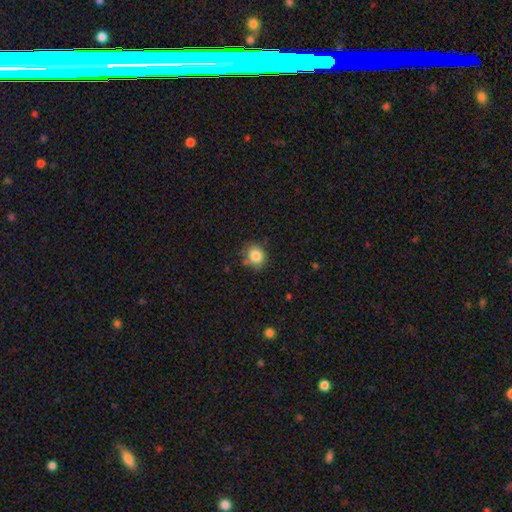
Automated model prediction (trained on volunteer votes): smooth 83%, star or artifact 10%, featured or disk 7%. Down the decision tree: how rounded — round (74%); merging — none (73%).